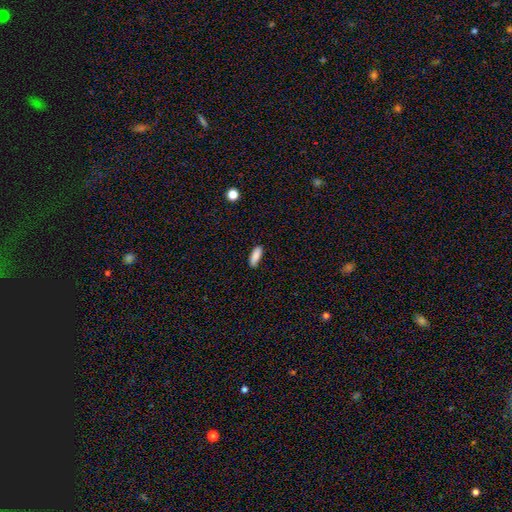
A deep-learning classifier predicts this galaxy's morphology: This appears to be a smooth galaxy with no disk features (88%) that is in between round and cigar-shaped (67%). Merging: none (82%).